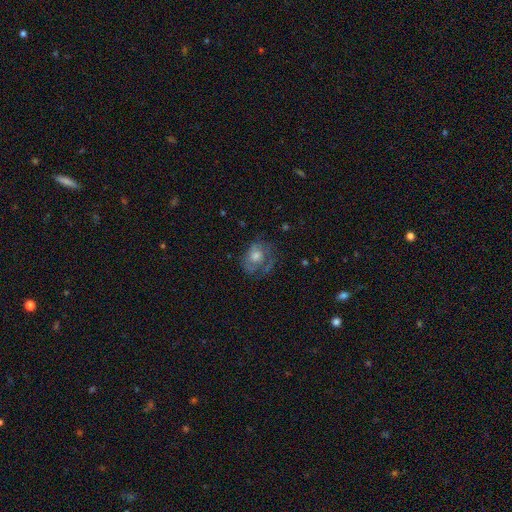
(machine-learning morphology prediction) type=featured or disk (49%); merging=none (54%).